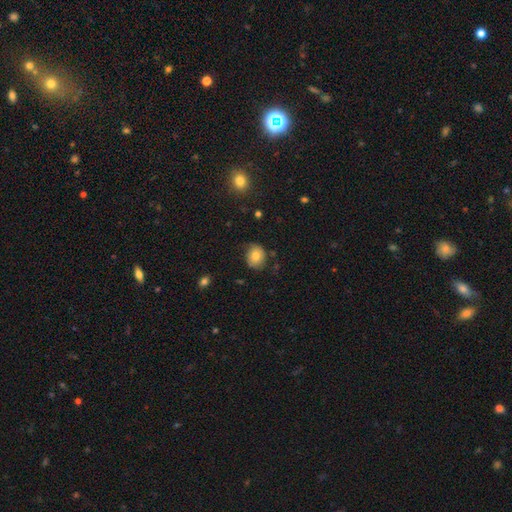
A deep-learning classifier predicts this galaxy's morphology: smooth 73%, featured or disk 17%, star or artifact 10%. Down the decision tree: how rounded — round (65%); merging — none (67%).